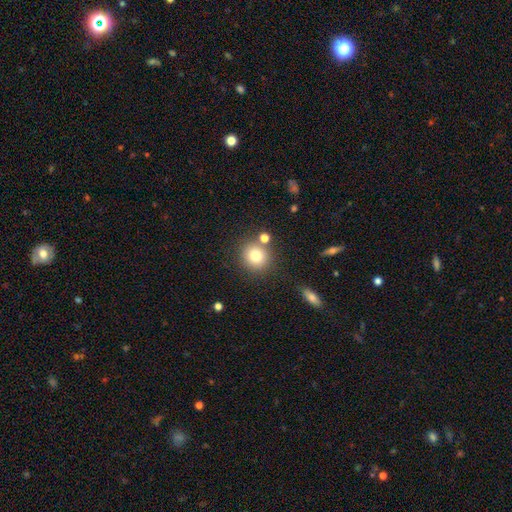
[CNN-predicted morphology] A smooth galaxy with no disk features (78%) that is round (90%).

Vote fractions:
- Smooth or featured? smooth: 78% / star or artifact: 12% / featured or disk: 10%
- How rounded? round: 90% / in between: 10% / cigar-shaped: 1%
- Merging? none: 77% / merger: 11% / minor disturbance: 9% / major disturbance: 3%